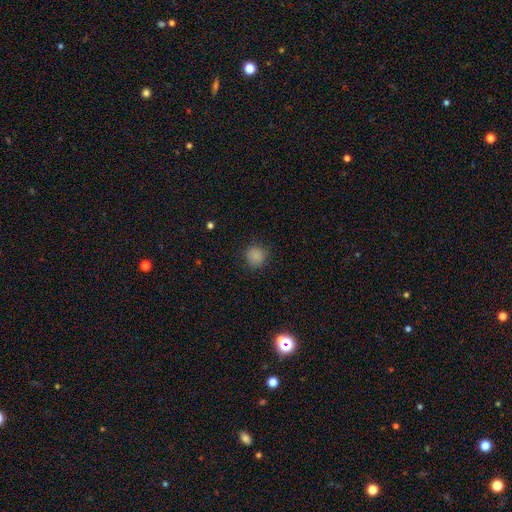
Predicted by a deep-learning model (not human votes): A smooth galaxy with no disk features (85%) that is round (92%). Merging: none (87%).